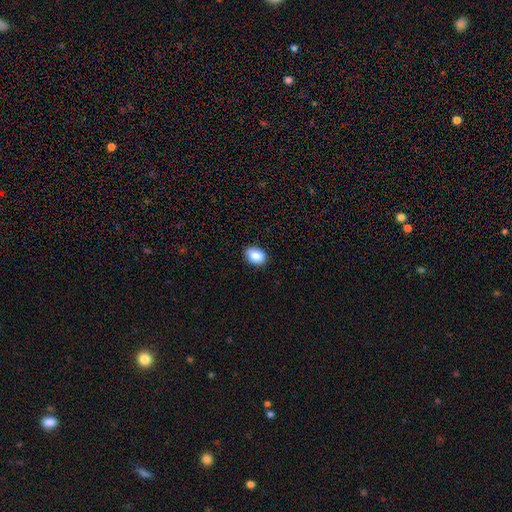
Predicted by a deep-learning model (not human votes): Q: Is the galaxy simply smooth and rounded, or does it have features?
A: smooth — 87%.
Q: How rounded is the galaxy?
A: in between — 75%.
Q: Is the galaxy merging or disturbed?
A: none — 87%.